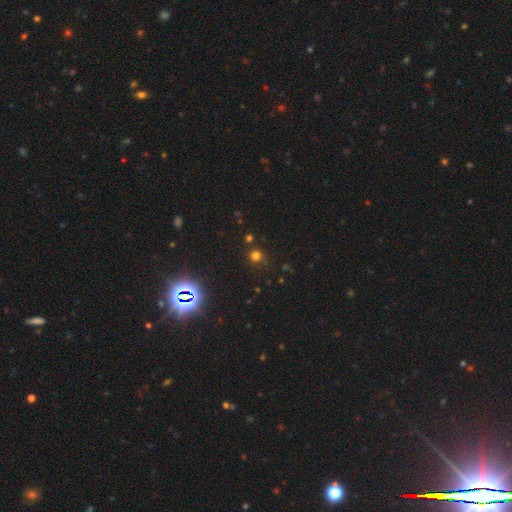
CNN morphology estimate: Smooth or featured? Predicted: smooth (p=0.68). How rounded? Predicted: round (p=0.91). Merging? Predicted: none (p=0.83).